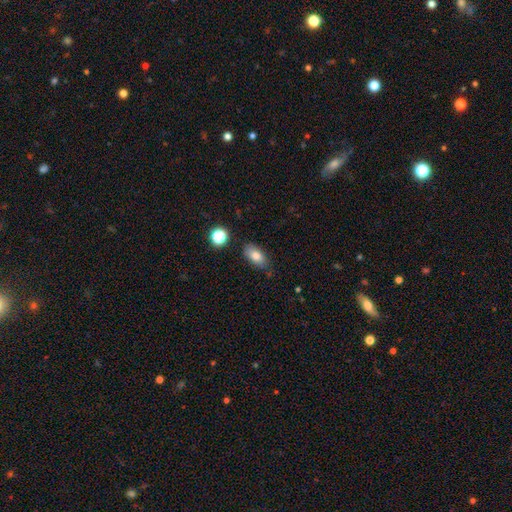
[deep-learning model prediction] Q: Smooth or featured?
A: smooth (80%); runner-up: featured or disk (11%)
Q: How rounded?
A: in between (88%); runner-up: round (8%)
Q: Merging?
A: none (77%); runner-up: minor disturbance (17%)